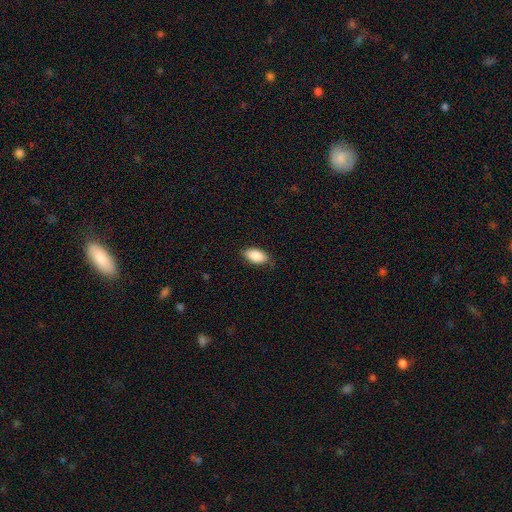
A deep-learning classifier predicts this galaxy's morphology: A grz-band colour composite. It shows a smooth galaxy with no disk features (87%) that is in between round and cigar-shaped (93%). Merging: none (81%).